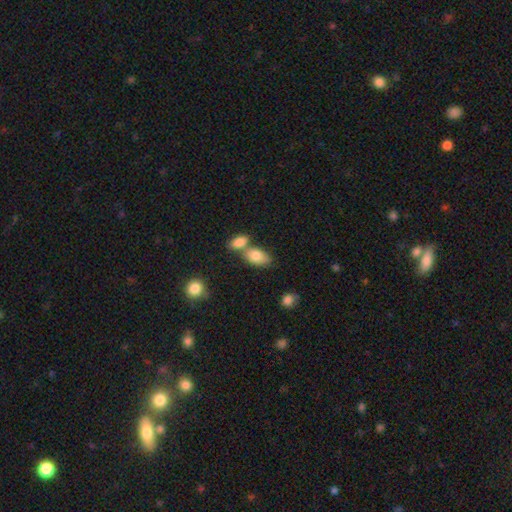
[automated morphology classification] smooth 82%, featured or disk 11%, star or artifact 8%. Down the decision tree: how rounded — in between (91%); merging — none (44%).